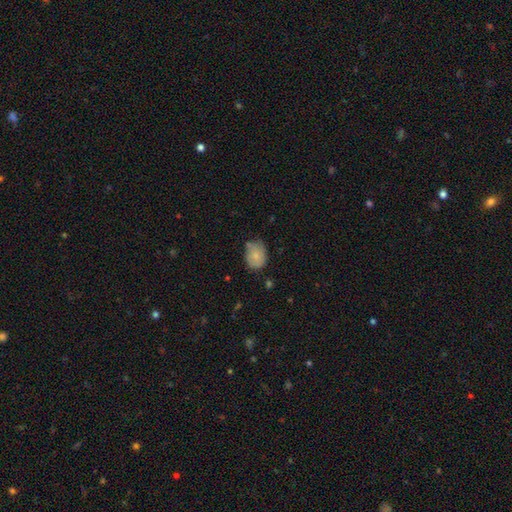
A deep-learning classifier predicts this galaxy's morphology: A smooth galaxy with no disk features (77%) that is in between round and cigar-shaped (61%).

Vote fractions:
- Smooth or featured? smooth: 77% / featured or disk: 15% / star or artifact: 8%
- How rounded? in between: 61% / round: 38% / cigar-shaped: 1%
- Merging? none: 56% / minor disturbance: 34% / major disturbance: 6% / merger: 4%